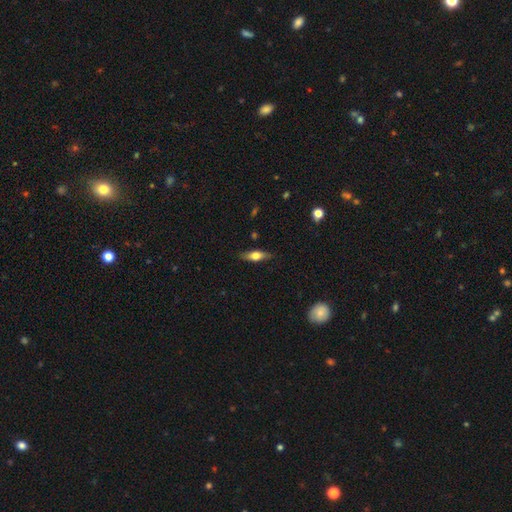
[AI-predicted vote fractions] This appears to be a smooth galaxy with no disk features (58%) that is in between round and cigar-shaped (51%). Merging: none (84%).